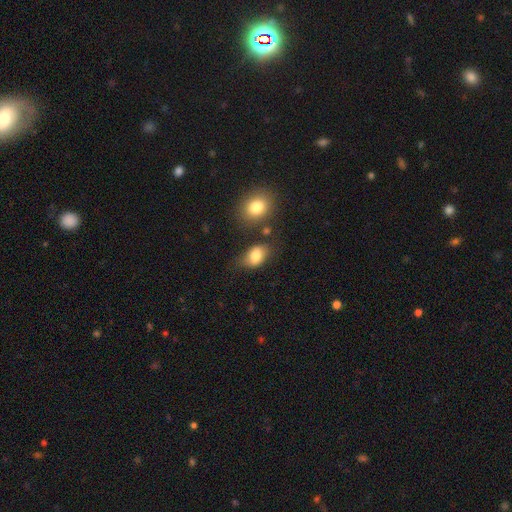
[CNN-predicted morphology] This is clearly a smooth galaxy (81%). How rounded: clearly in between (85%). Merging: likely none (62%).